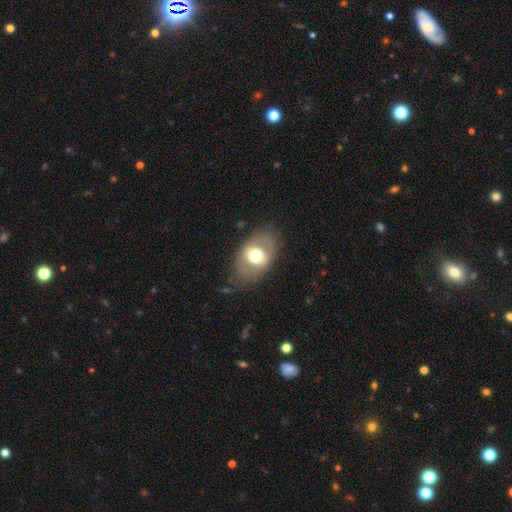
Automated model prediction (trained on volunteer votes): smooth-or-featured: smooth: 55% | featured or disk: 37% | star or artifact: 8%
  how-rounded: in between: 84% | round: 15% | cigar-shaped: 1%
  merging: none: 73% | minor disturbance: 17% | major disturbance: 8% | merger: 1%